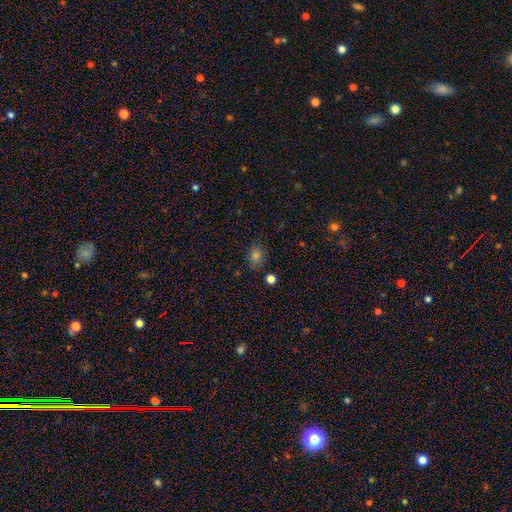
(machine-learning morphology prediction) Smooth or featured?
  - smooth: 73% *
  - star or artifact: 19%
  - featured or disk: 8%
How rounded?
  - in between: 66% *
  - round: 33%
  - cigar-shaped: 2%
Merging?
  - none: 82% *
  - minor disturbance: 13%
  - major disturbance: 3%
  - merger: 3%